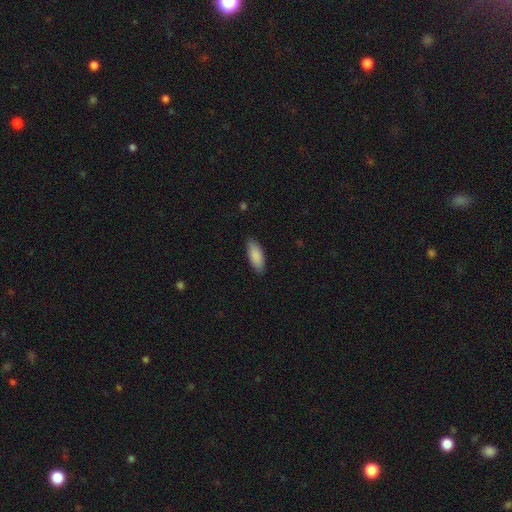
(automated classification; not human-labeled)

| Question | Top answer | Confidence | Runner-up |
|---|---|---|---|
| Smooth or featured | smooth | 89% | featured or disk (6%) |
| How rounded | in between | 77% | cigar-shaped (21%) |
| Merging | none | 87% | minor disturbance (10%) |